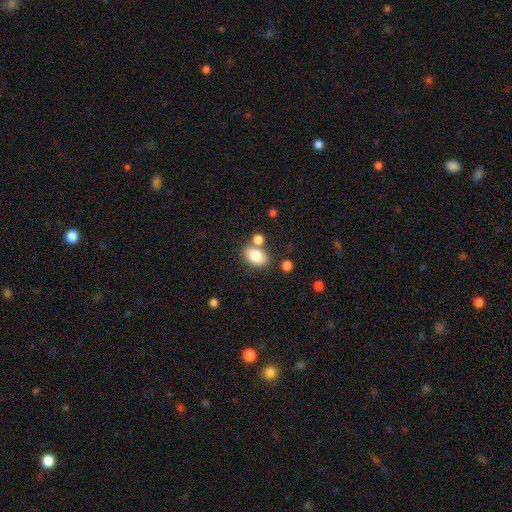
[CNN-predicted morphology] smooth_or_featured: smooth (p=0.81) [alt: featured or disk p=0.10]
how_rounded: in between (p=0.85) [alt: round p=0.13]
merging: none (p=0.65) [alt: merger p=0.19]